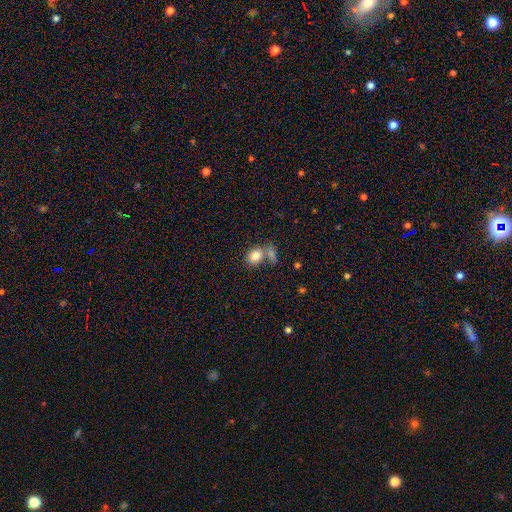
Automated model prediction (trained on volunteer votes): Smooth or featured?
  - smooth: 83% *
  - star or artifact: 9%
  - featured or disk: 8%
How rounded?
  - in between: 59% *
  - round: 39%
  - cigar-shaped: 1%
Merging?
  - none: 46% *
  - merger: 39%
  - minor disturbance: 11%
  - major disturbance: 5%